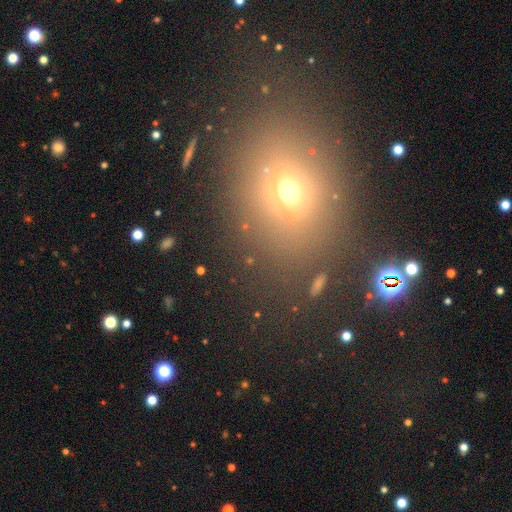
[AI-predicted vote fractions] Morphology: type=smooth (54%); roundness=round (50%); merging=none (79%).